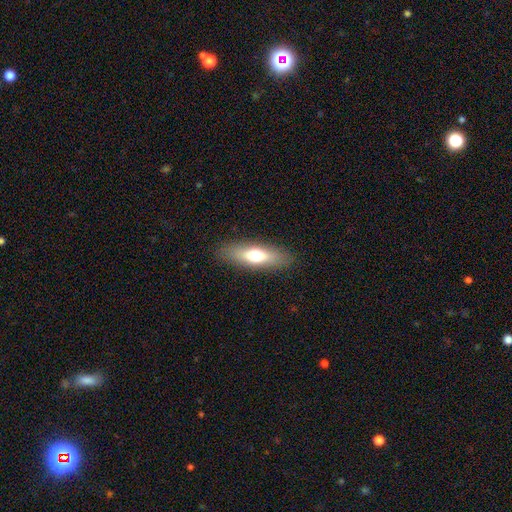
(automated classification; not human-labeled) A smooth galaxy with no disk features (61%) that is cigar-shaped (51%).

Vote fractions:
- Smooth or featured? smooth: 61% / featured or disk: 32% / star or artifact: 7%
- How rounded? cigar-shaped: 51% / in between: 47% / round: 3%
- Merging? none: 87% / minor disturbance: 9% / major disturbance: 3% / merger: 1%